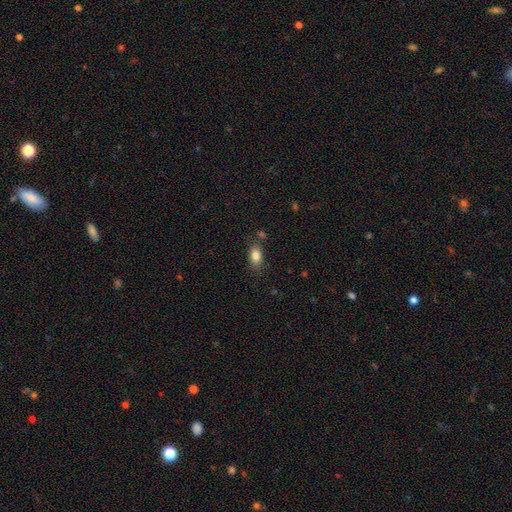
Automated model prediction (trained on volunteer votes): smooth-or-featured: smooth: 82% | star or artifact: 9% | featured or disk: 9%
  how-rounded: in between: 86% | round: 10% | cigar-shaped: 4%
  merging: none: 76% | minor disturbance: 14% | merger: 6% | major disturbance: 3%